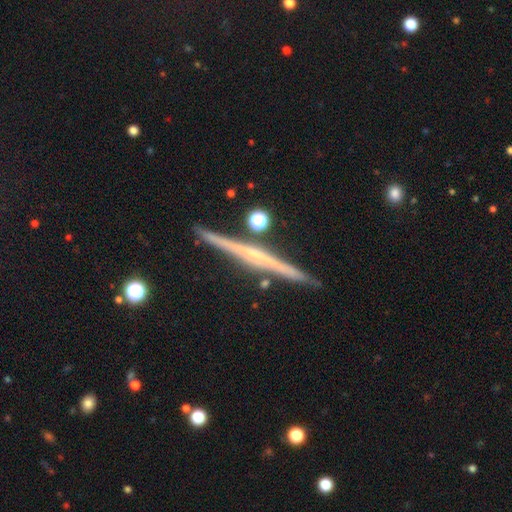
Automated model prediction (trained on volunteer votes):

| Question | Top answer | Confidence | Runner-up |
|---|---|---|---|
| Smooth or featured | featured or disk | 75% | smooth (19%) |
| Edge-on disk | yes | 98% | no (2%) |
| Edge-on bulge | none | 58% | rounded (32%) |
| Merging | none | 86% | minor disturbance (8%) |